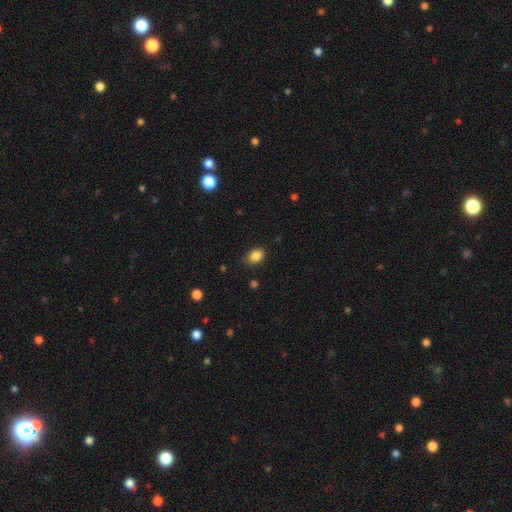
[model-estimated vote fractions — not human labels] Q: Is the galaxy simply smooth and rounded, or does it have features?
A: smooth — 86%.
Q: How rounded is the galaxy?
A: in between — 72%.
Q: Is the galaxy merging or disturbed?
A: none — 79%.